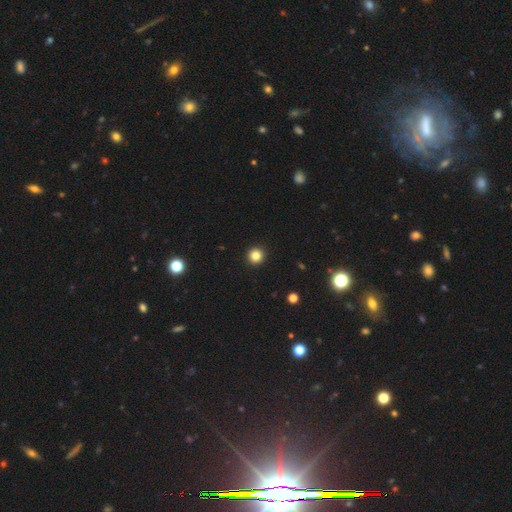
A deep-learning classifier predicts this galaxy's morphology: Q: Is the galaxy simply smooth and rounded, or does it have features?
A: smooth — 84%.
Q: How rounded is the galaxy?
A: round — 95%.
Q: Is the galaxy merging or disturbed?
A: none — 94%.